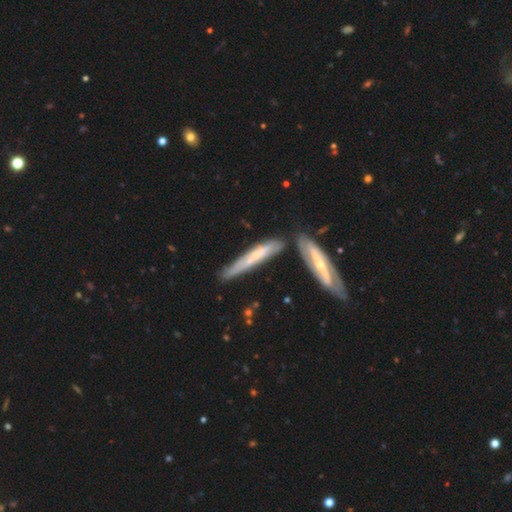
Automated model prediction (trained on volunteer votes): Overall: featured or disk (56%; smooth 38%). Edge-on disk: yes (72%). Merging: none (60%).